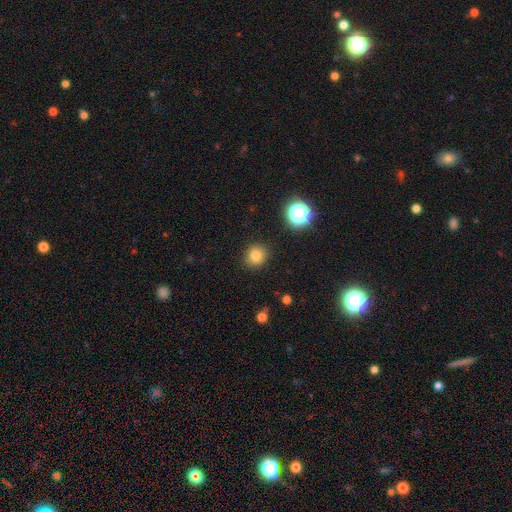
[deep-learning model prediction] Smooth or featured? smooth (79%)
How rounded? round (81%)
Merging? none (88%)